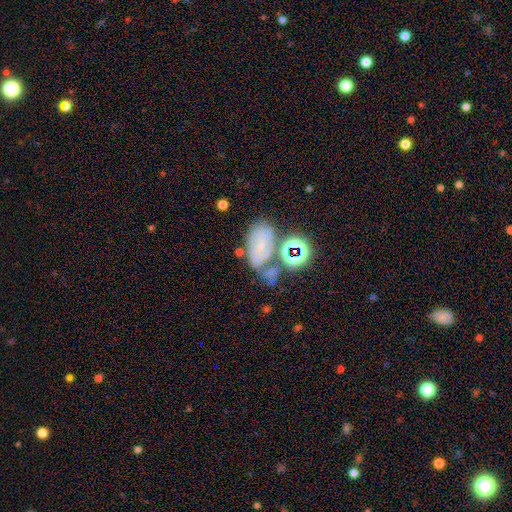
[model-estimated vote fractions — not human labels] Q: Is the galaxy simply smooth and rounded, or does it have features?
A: smooth — 41%.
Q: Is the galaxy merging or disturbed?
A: none — 46%.